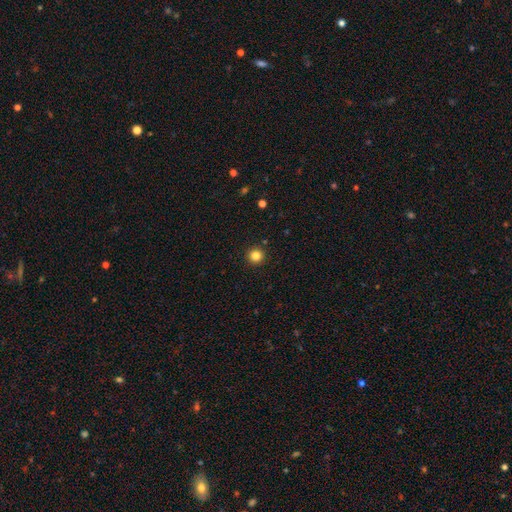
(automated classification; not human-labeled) Q: Smooth or featured?
A: smooth (83%); runner-up: star or artifact (12%)
Q: How rounded?
A: round (95%); runner-up: in between (4%)
Q: Merging?
A: none (93%); runner-up: minor disturbance (4%)